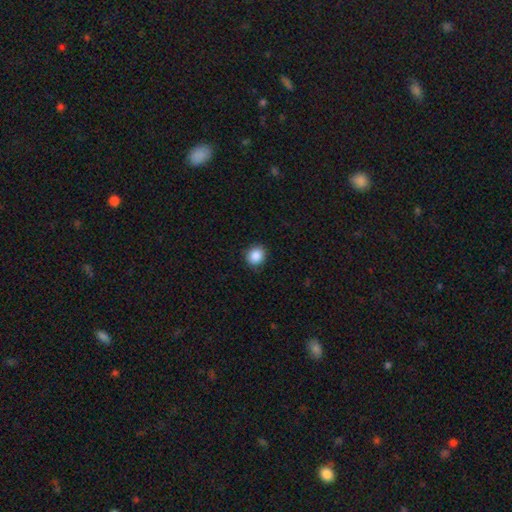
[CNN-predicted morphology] A smooth galaxy with no disk features (88%) that is round (81%). Merging: none (88%).